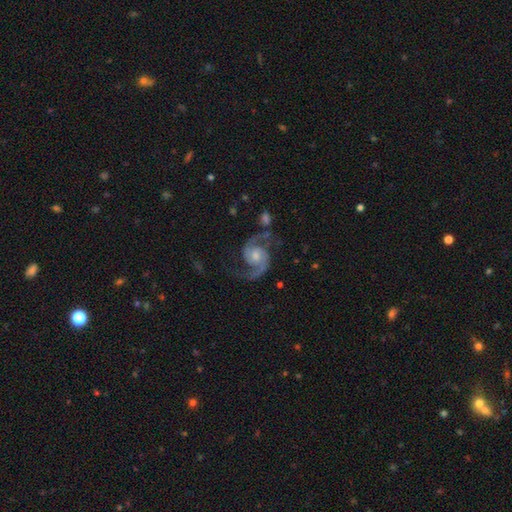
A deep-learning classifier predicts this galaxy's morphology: smooth_or_featured: featured or disk (p=0.92) [alt: star or artifact p=0.05]
disk_edge_on: no (p=0.98) [alt: yes p=0.02]
bar: no (p=0.64) [alt: weak p=0.30]
has_spiral_arms: yes (p=0.98) [alt: no p=0.02]
spiral_winding: medium (p=0.59) [alt: loose p=0.27]
spiral_arm_count: 2 (p=0.94) [alt: can't tell p=0.01]
bulge_size: moderate (p=0.52) [alt: small p=0.36]
merging: none (p=0.75) [alt: minor disturbance p=0.14]